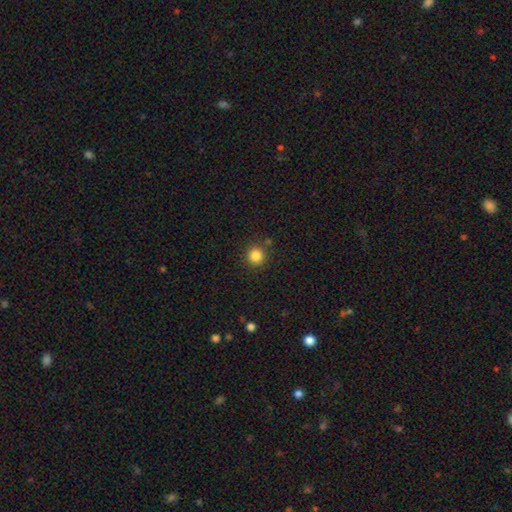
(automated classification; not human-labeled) This is clearly a smooth galaxy (84%). How rounded: clearly round (93%). Merging: clearly none (87%).